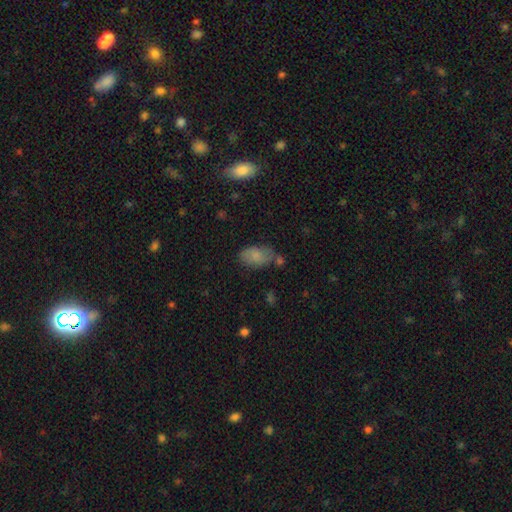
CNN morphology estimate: This is clearly a smooth galaxy (80%). How rounded: clearly in between (92%). Merging: possibly none (59%).